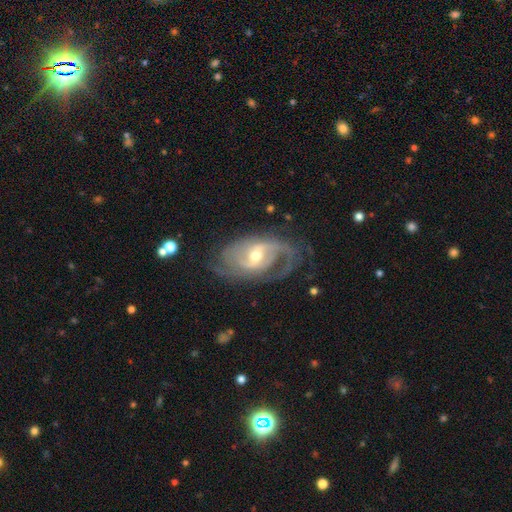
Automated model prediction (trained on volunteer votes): A featured or disk galaxy (89%) with a weak bar (50%), 2 (49%) medium (43%) spiral arms (96%) and a moderate central bulge (60%).

Vote fractions:
- Smooth or featured? featured or disk: 89% / smooth: 6% / star or artifact: 5%
- Edge-on disk? no: 96% / yes: 4%
- Bar? weak: 50% / no: 27% / strong: 24%
- Spiral arms? yes: 96% / no: 4%
- Spiral winding? medium: 43% / tight: 41% / loose: 16%
- Spiral arm count? 2: 49% / can't tell: 19% / 3: 17% / 1: 8% / 4: 4% / more than 4: 4%
- Bulge size? moderate: 60% / small: 35% / large: 3% / none: 1% / dominant: 1%
- Merging? none: 66% / minor disturbance: 20% / major disturbance: 13% / merger: 2%